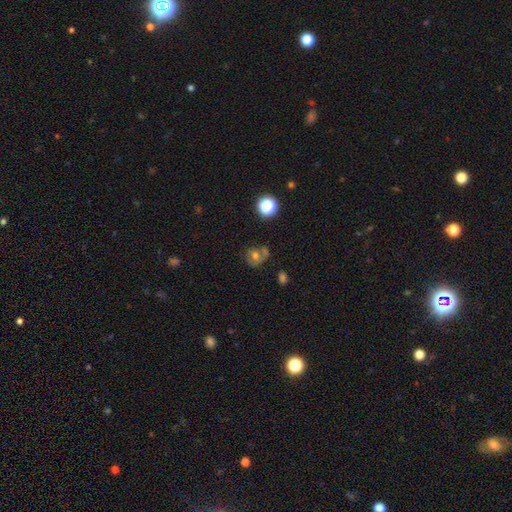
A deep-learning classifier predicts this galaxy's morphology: Q: Smooth or featured?
A: smooth (56%); runner-up: featured or disk (26%)
Q: How rounded?
A: round (73%); runner-up: in between (26%)
Q: Merging?
A: none (49%); runner-up: merger (25%)